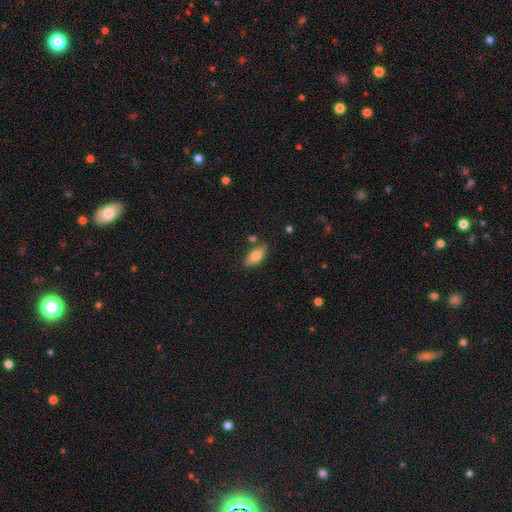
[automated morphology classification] Smooth or featured?
  - smooth: 78% *
  - featured or disk: 15%
  - star or artifact: 7%
How rounded?
  - in between: 87% *
  - cigar-shaped: 10%
  - round: 3%
Merging?
  - none: 77% *
  - minor disturbance: 14%
  - merger: 6%
  - major disturbance: 3%